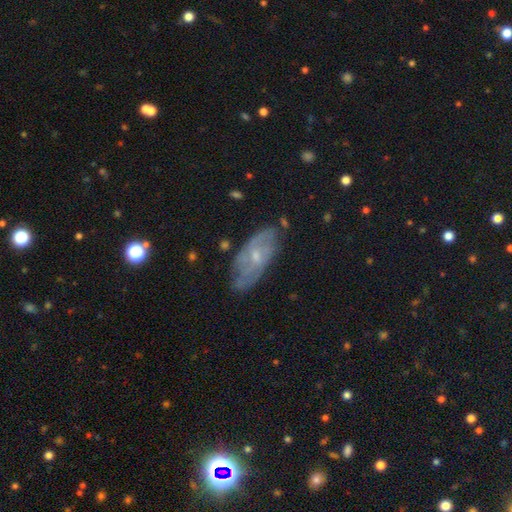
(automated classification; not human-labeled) Overall: featured or disk (68%). Edge-on disk: no (88%). Bar: no (62%; weak 32%). Spiral arms: yes (77%). Bulge size: small (66%; moderate 29%). Merging: none (73%).